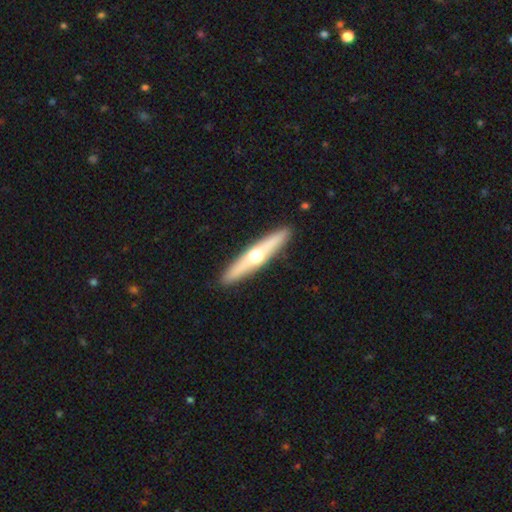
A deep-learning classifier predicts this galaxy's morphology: smooth-or-featured: featured or disk: 63% | smooth: 32% | star or artifact: 5%
  disk-edge-on: yes: 95% | no: 5%
    edge-on-bulge: rounded: 93% | none: 5% | boxy: 2%
  merging: none: 92% | minor disturbance: 5% | major disturbance: 1% | merger: 1%